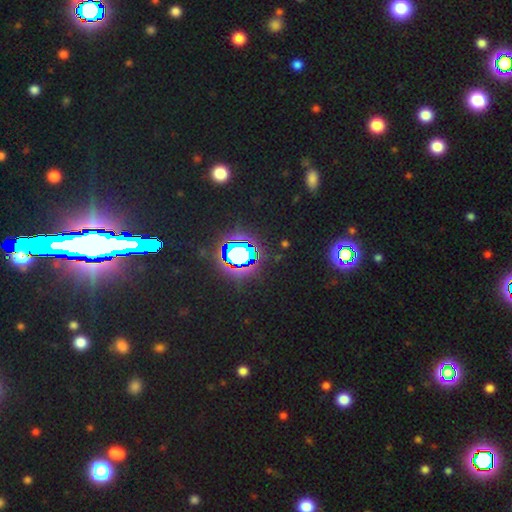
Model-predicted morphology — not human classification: Smooth or featured? star or artifact (79%)